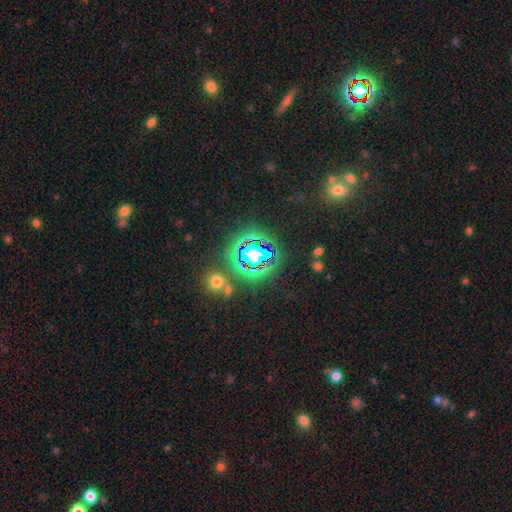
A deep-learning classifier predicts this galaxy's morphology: Overall: star or artifact (79%).